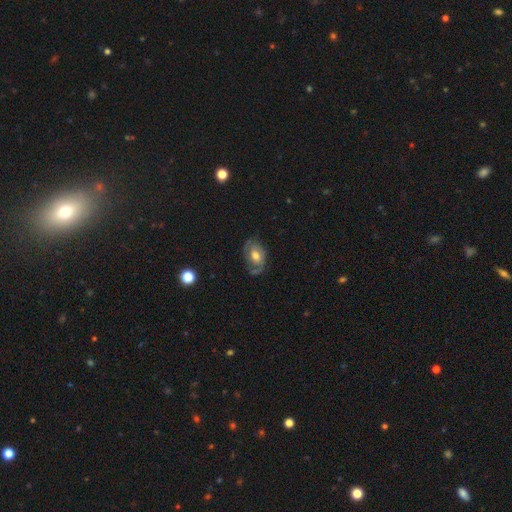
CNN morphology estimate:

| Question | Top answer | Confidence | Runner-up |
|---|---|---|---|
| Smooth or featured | featured or disk | 64% | smooth (29%) |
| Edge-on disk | no | 95% | yes (5%) |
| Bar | no | 64% | weak (30%) |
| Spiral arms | yes | 74% | no (26%) |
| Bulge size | moderate | 63% | large (21%) |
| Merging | none | 63% | minor disturbance (23%) |